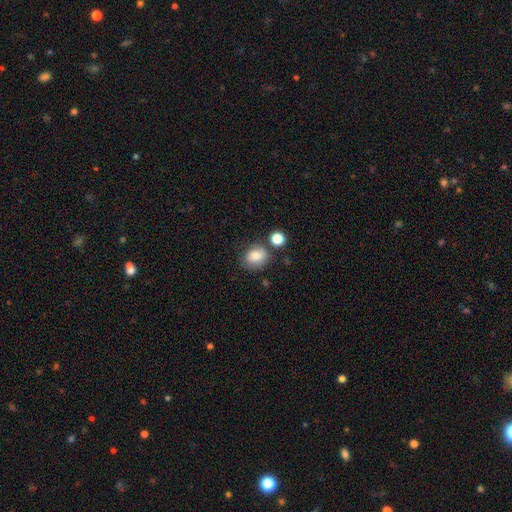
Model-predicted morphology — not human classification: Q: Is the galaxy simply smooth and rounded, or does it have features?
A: smooth — 81%.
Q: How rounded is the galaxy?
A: in between — 50%.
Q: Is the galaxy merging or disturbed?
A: none — 65%.